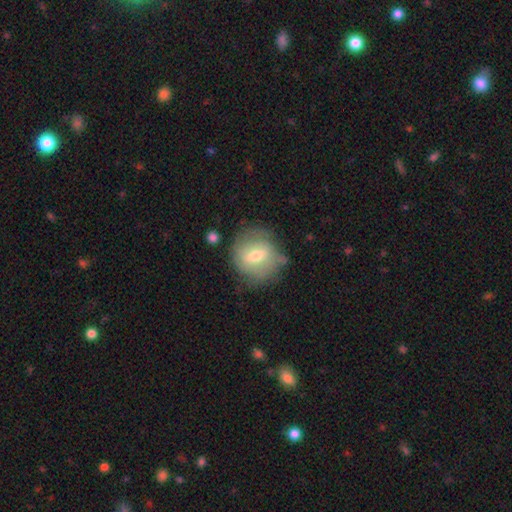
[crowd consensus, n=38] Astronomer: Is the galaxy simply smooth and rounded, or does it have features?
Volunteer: featured or disk — 53% (runner-up: smooth, 45%).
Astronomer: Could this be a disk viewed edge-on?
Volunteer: no — 95%.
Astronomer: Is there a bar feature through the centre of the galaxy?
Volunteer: weak — 42% (runner-up: no, 37%).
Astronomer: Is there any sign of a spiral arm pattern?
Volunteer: no — 53% (runner-up: yes, 47%).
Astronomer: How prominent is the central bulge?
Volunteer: moderate — 68%.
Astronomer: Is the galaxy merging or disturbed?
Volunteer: none — 73%.